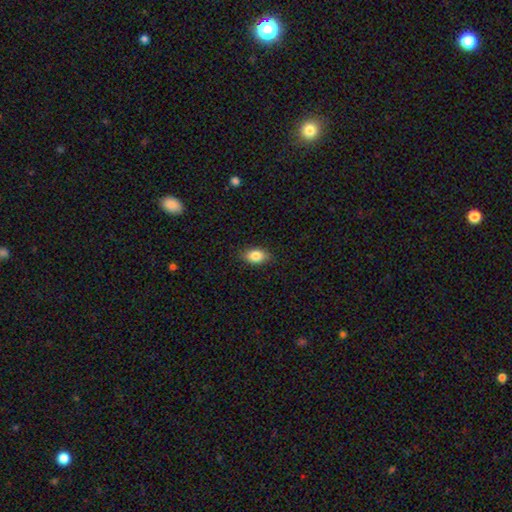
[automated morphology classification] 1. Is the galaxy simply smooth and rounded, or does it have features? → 85% smooth, 8% star or artifact, 7% featured or disk.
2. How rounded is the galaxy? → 86% in between, 12% round, 2% cigar-shaped.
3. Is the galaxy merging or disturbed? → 86% none, 10% minor disturbance, 2% major disturbance, 1% merger.